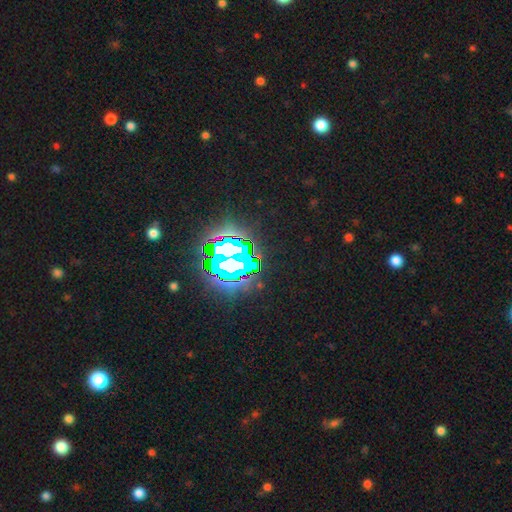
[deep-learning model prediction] This appears to be a star or artifact, not a galaxy (77%).